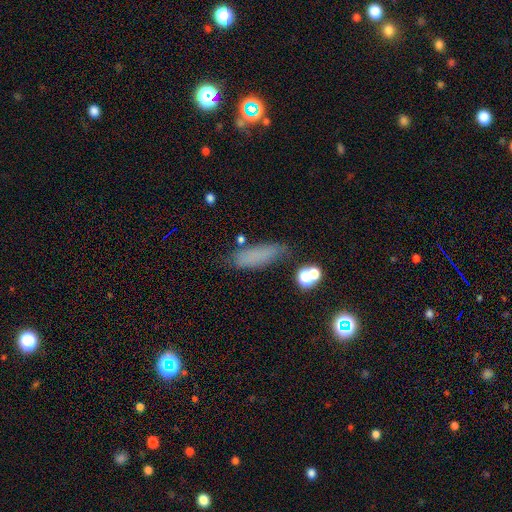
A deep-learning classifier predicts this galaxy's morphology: smooth 72%, star or artifact 16%, featured or disk 11%. Down the decision tree: how rounded — cigar-shaped (56%); merging — none (72%).